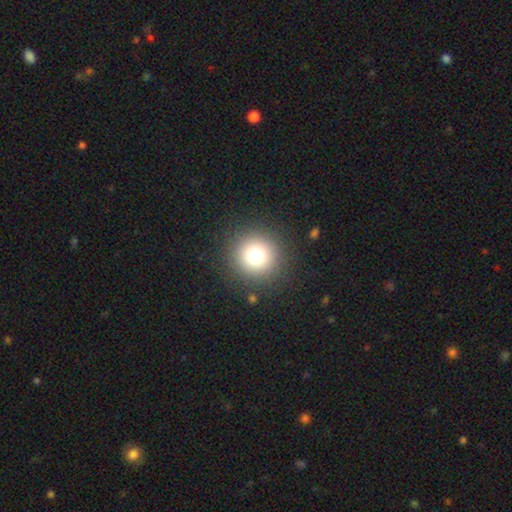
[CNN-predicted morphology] This appears to be a smooth galaxy with no disk features (75%) that is round (95%). Merging: none (89%).